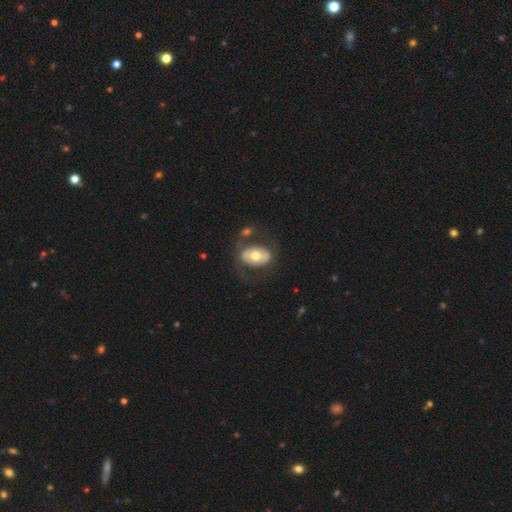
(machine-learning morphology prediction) type=featured or disk (49%); merging=none (60%).